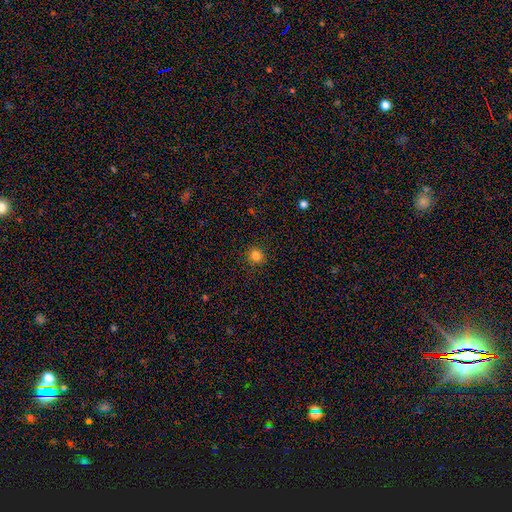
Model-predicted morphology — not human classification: type=smooth (82%); roundness=round (85%); merging=none (90%).